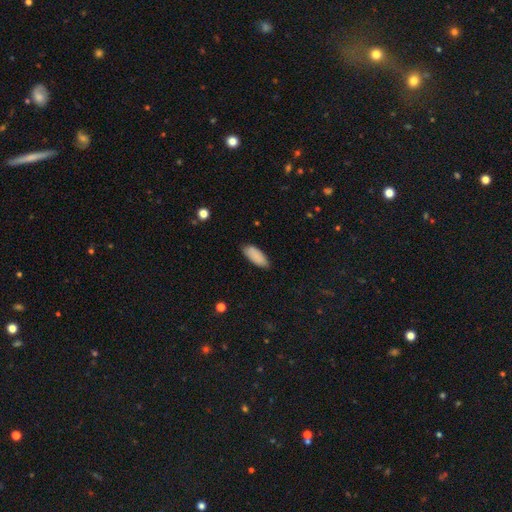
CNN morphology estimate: smooth 89%, star or artifact 6%, featured or disk 5%. Down the decision tree: how rounded — in between (79%); merging — none (83%).